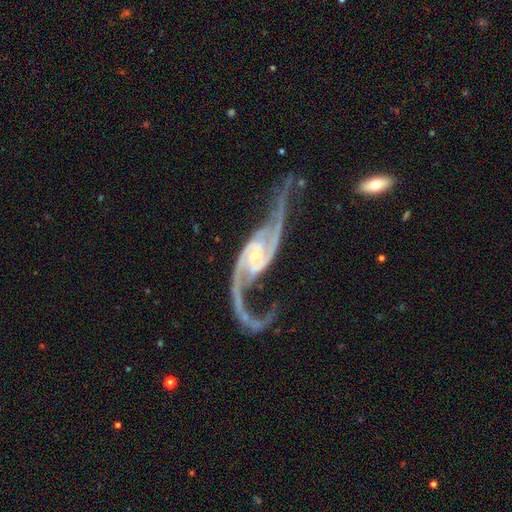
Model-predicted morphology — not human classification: A featured or disk galaxy (94%) with no bar (51%), 2 (92%) loose (63%) spiral arms (98%) and a small central bulge (70%).

Vote fractions:
- Smooth or featured? featured or disk: 94% / star or artifact: 4% / smooth: 2%
- Edge-on disk? no: 95% / yes: 5%
- Bar? no: 51% / weak: 31% / strong: 18%
- Spiral arms? yes: 98% / no: 2%
- Spiral winding? loose: 63% / medium: 28% / tight: 9%
- Spiral arm count? 2: 92% / can't tell: 2% / 3: 2% / 1: 2% / 4: 1% / more than 4: 1%
- Bulge size? small: 70% / moderate: 25% / large: 2% / none: 2% / dominant: 1%
- Merging? none: 53% / major disturbance: 25% / minor disturbance: 17% / merger: 5%